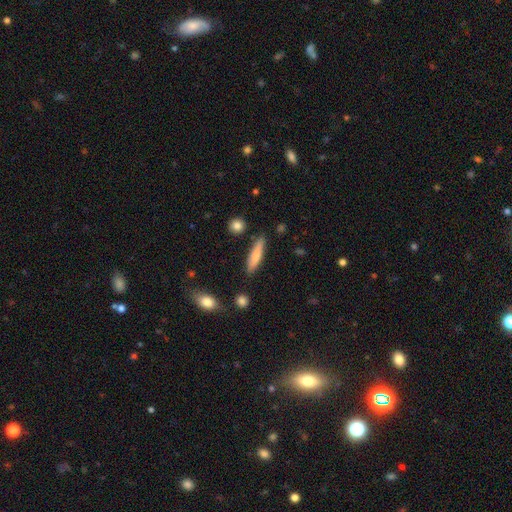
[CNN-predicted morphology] This appears to be a smooth galaxy with no disk features (69%) that is cigar-shaped (77%). Merging: none (82%).